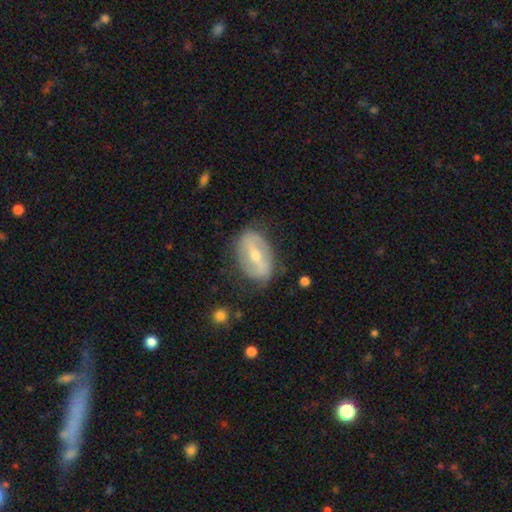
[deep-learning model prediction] Smooth or featured?
  - featured or disk: 68% *
  - smooth: 26%
  - star or artifact: 6%
Edge-on disk?
  - no: 91% *
  - yes: 9%
Bar?
  - strong: 61% *
  - weak: 27%
  - no: 12%
Spiral arms?
  - no: 52% *
  - yes: 48%
Bulge size?
  - moderate: 55% *
  - small: 41%
  - large: 2%
  - none: 1%
  - dominant: 1%
Merging?
  - none: 75% *
  - minor disturbance: 17%
  - major disturbance: 6%
  - merger: 1%